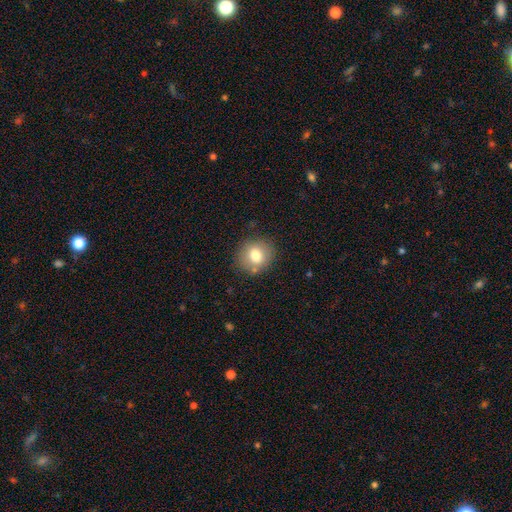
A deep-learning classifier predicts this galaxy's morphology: type=smooth (76%); roundness=round (80%); merging=none (82%).